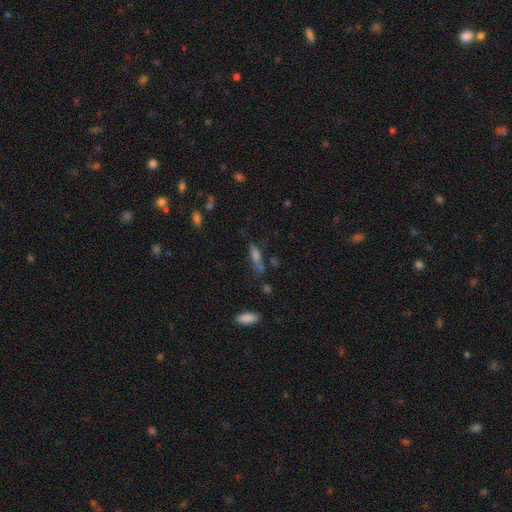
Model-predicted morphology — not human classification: smooth 55%, featured or disk 28%, star or artifact 17%. Down the decision tree: how rounded — cigar-shaped (67%); merging — none (59%).